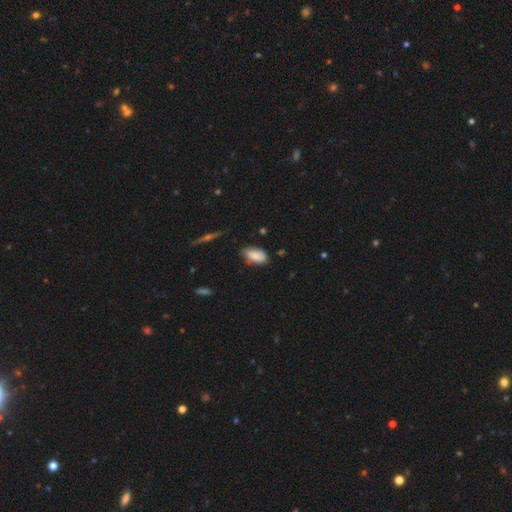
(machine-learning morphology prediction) Smooth or featured: smooth — 76% (featured or disk — 16%)
How rounded: in between — 93% (cigar-shaped — 4%)
Merging: none — 65% (minor disturbance — 28%)